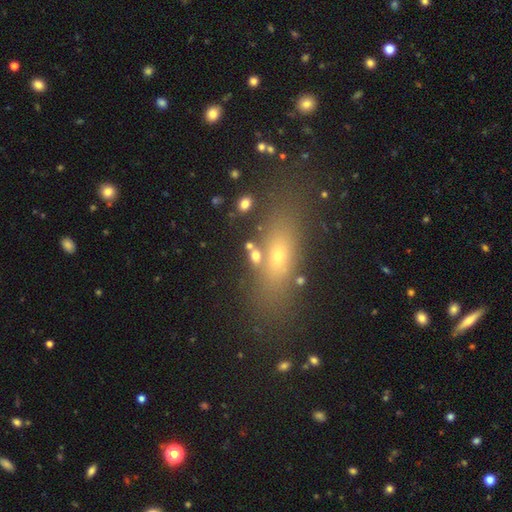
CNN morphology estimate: type=smooth (65%); roundness=in between (62%); merging=none (67%).